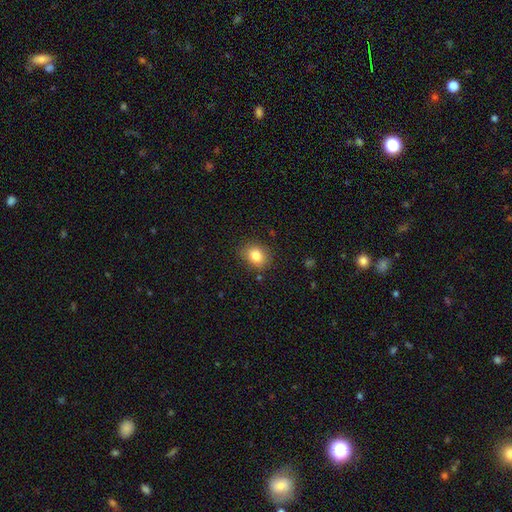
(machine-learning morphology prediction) This appears to be a smooth galaxy with no disk features (83%) that is round (53%). Merging: none (83%).